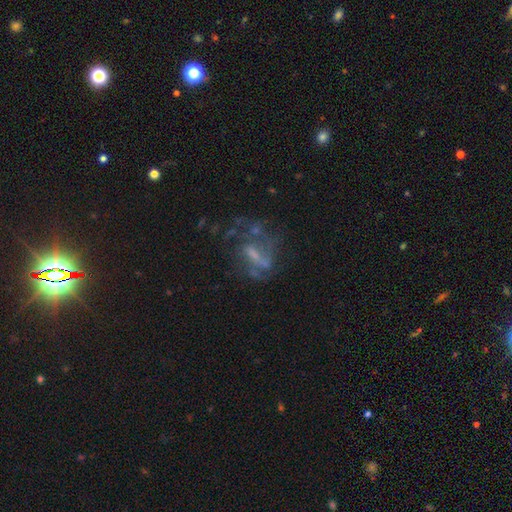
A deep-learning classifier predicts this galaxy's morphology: This is likely a featured or disk galaxy (69%). It is clearly not viewed edge-on (93%). Bar: marginally weak (41%). Spiral arm pattern: likely yes (62%). Central bulge: marginally small (36%). Merging: marginally none (42%).